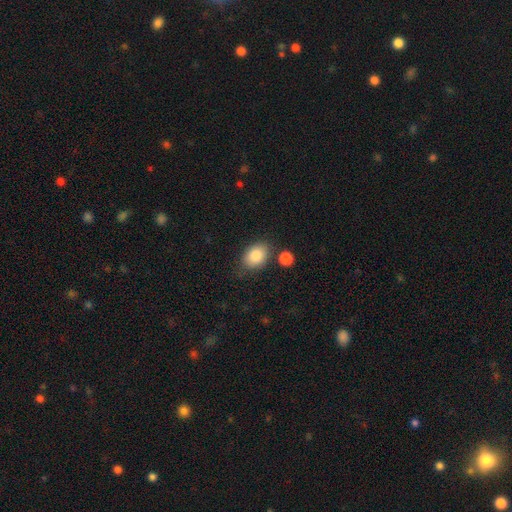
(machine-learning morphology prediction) Smooth or featured?
  - smooth: 85% *
  - featured or disk: 8%
  - star or artifact: 7%
How rounded?
  - in between: 80% *
  - round: 19%
  - cigar-shaped: 1%
Merging?
  - none: 73% *
  - minor disturbance: 15%
  - merger: 8%
  - major disturbance: 4%